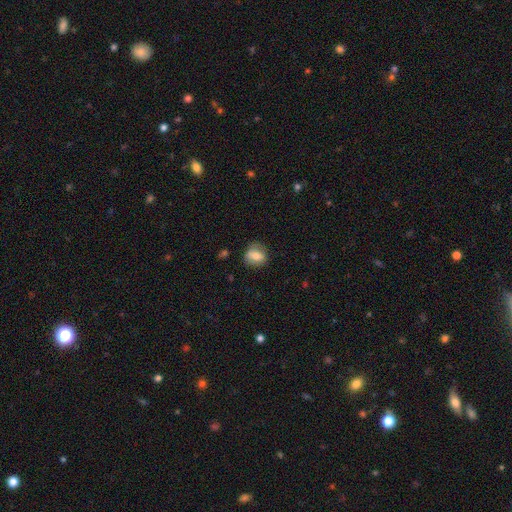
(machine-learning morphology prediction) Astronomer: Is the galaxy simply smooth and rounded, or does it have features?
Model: smooth — 67%.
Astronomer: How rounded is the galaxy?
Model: round — 62%.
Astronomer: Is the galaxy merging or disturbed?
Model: none — 74%.